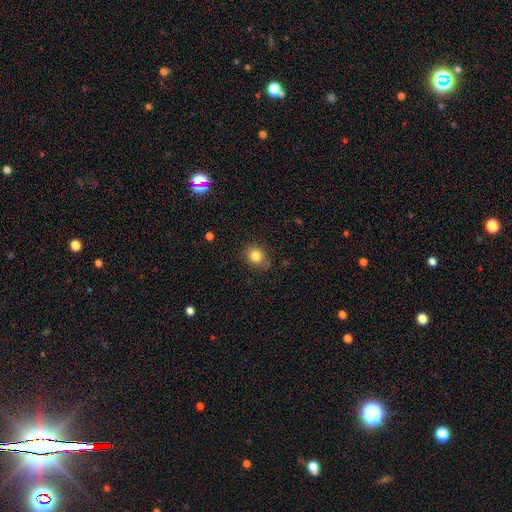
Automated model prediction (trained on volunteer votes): The model was most divided on "how rounded": round: 77%, in between: 22%, cigar-shaped: 1%. More confident: smooth or featured — smooth (83%); merging — none (78%).